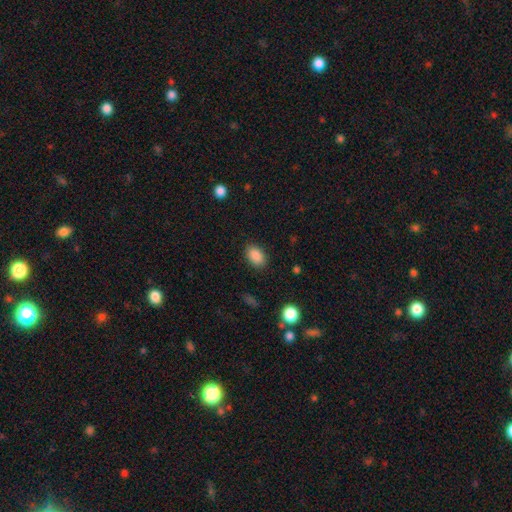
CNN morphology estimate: Smooth or featured: smooth — 88% (star or artifact — 9%)
How rounded: in between — 85% (round — 14%)
Merging: none — 87% (minor disturbance — 9%)